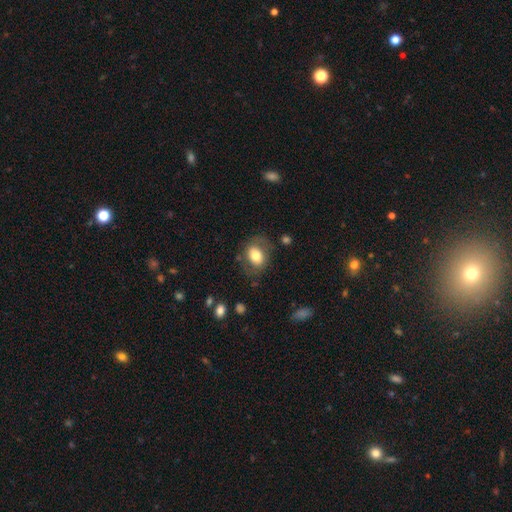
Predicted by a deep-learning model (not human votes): smooth_or_featured: smooth (p=0.69) [alt: featured or disk p=0.23]
how_rounded: in between (p=0.64) [alt: round p=0.35]
merging: none (p=0.70) [alt: minor disturbance p=0.18]